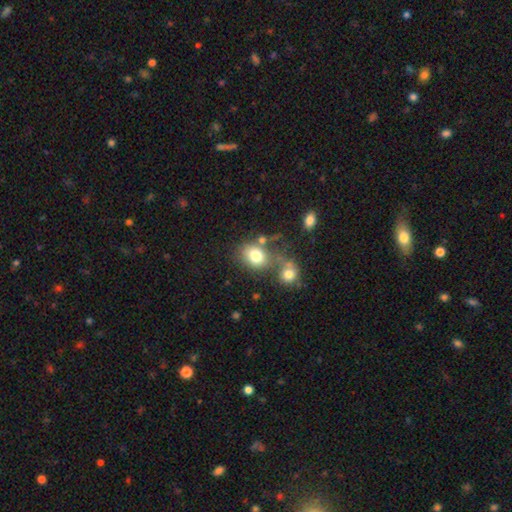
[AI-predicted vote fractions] smooth-or-featured: smooth: 77% | featured or disk: 13% | star or artifact: 11%
  how-rounded: round: 52% | in between: 47% | cigar-shaped: 1%
  merging: none: 51% | merger: 29% | minor disturbance: 13% | major disturbance: 7%